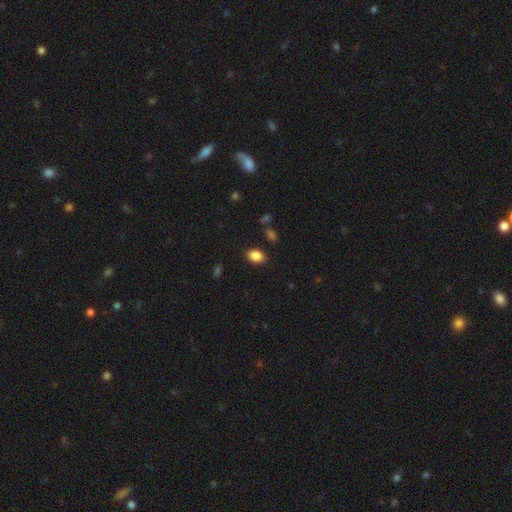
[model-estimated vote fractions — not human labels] Overall: smooth (87%). How rounded: in between (79%). Merging: none (86%).